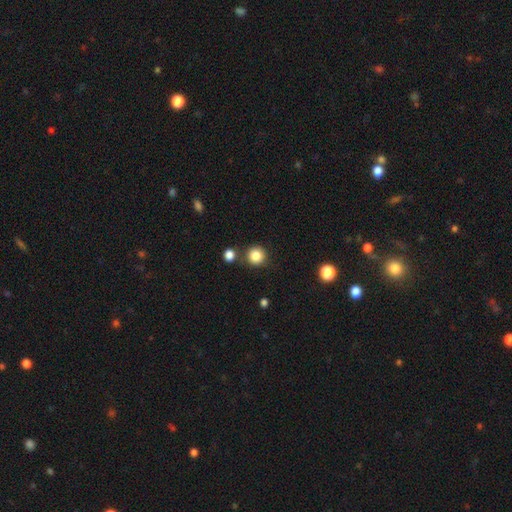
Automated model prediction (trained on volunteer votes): The model was most divided on "merging": none: 82%, minor disturbance: 8%, merger: 7%, major disturbance: 3%. More confident: how rounded — round (93%); smooth or featured — smooth (85%).